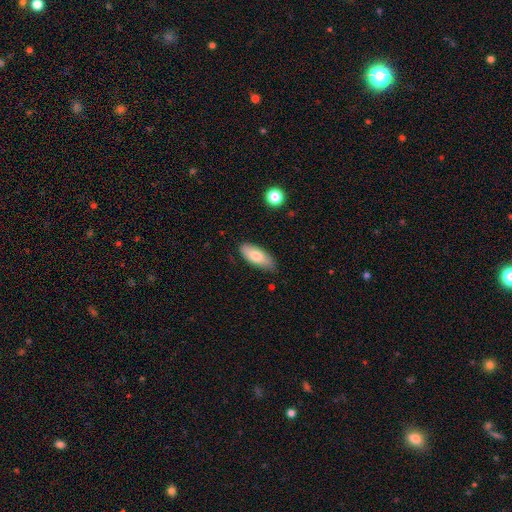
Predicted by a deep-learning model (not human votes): smooth 78%, featured or disk 16%, star or artifact 6%. Down the decision tree: how rounded — in between (83%); merging — none (81%).